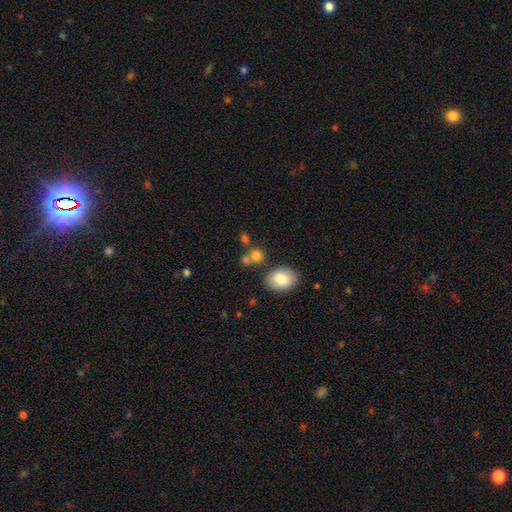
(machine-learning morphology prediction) Smooth or featured? smooth (80%)
How rounded? round (69%)
Merging? none (57%)